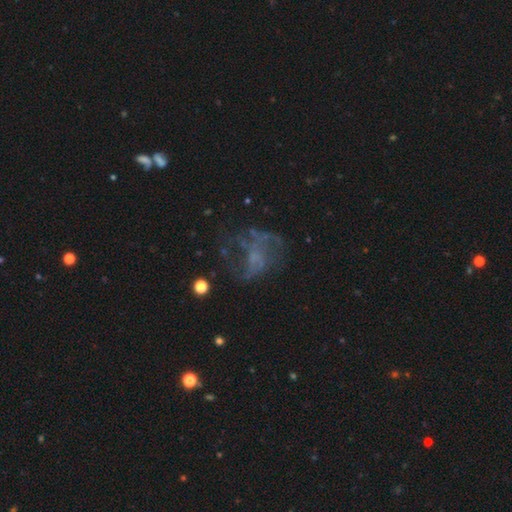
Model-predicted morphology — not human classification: This appears to be a featured or disk galaxy (59%) with no bar (79%), no spiral arms (55%) and no central bulge (63%). Merging: none (43%).